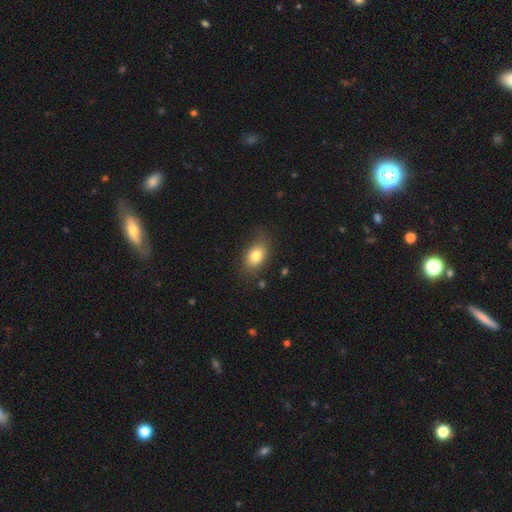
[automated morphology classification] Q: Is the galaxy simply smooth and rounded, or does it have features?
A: smooth — 80%.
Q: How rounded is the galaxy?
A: in between — 84%.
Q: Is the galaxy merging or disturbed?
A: none — 77%.